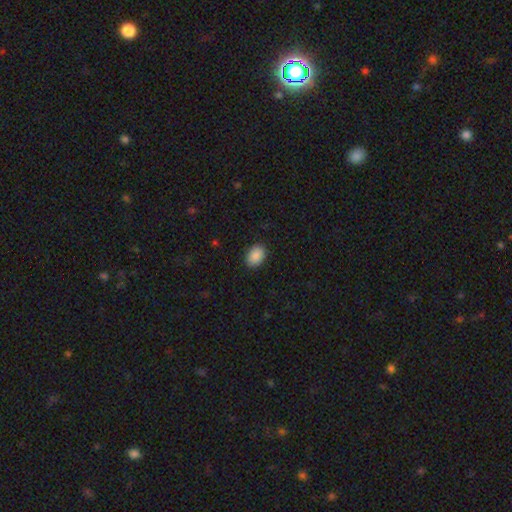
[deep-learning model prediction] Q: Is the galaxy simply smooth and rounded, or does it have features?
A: smooth — 90%.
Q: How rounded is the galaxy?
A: in between — 77%.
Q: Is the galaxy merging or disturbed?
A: none — 89%.